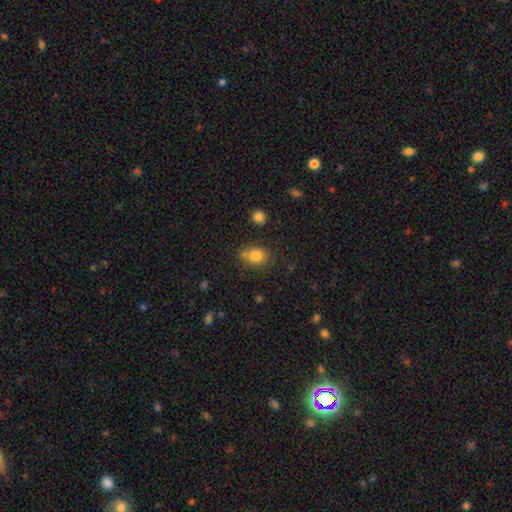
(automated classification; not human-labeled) Smooth or featured? Predicted: smooth (p=0.80). How rounded? Predicted: round (p=0.56). Merging? Predicted: none (p=0.61).